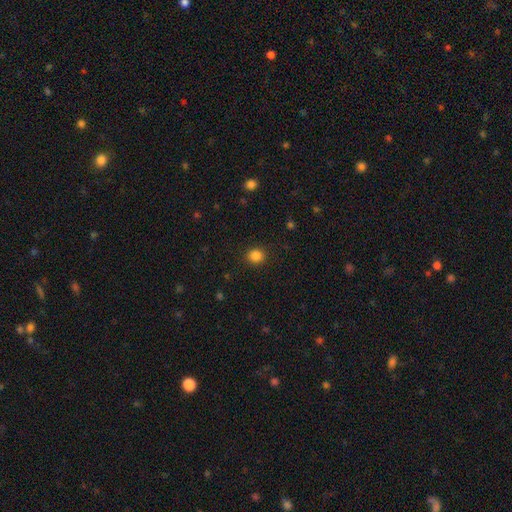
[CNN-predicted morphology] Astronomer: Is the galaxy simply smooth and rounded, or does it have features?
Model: smooth — 85%.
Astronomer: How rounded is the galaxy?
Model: round — 87%.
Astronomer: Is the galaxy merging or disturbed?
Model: none — 91%.